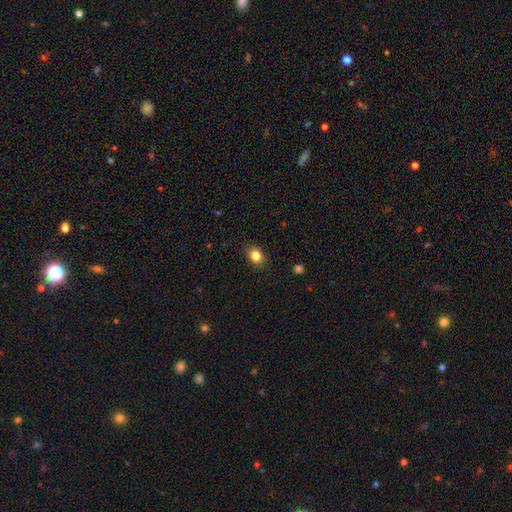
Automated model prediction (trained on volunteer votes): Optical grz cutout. It shows a smooth galaxy with no disk features (83%) that is in between round and cigar-shaped (55%). Merging: none (86%).